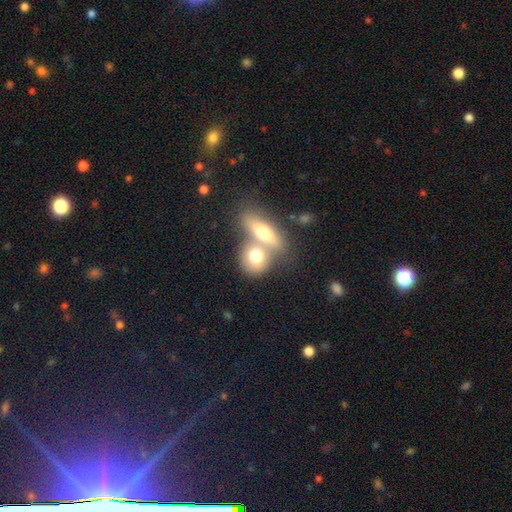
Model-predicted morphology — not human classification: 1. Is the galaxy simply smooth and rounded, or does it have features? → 66% smooth, 27% featured or disk, 7% star or artifact.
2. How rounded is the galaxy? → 49% in between, 45% round, 6% cigar-shaped.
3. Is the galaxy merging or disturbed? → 60% merger, 28% none, 8% minor disturbance, 4% major disturbance.